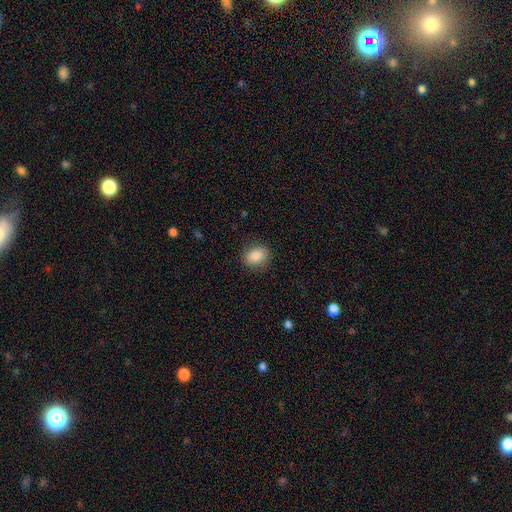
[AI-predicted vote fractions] smooth-or-featured: smooth: 87% | star or artifact: 8% | featured or disk: 5%
  how-rounded: round: 54% | in between: 44% | cigar-shaped: 1%
  merging: none: 85% | minor disturbance: 11% | major disturbance: 3% | merger: 1%